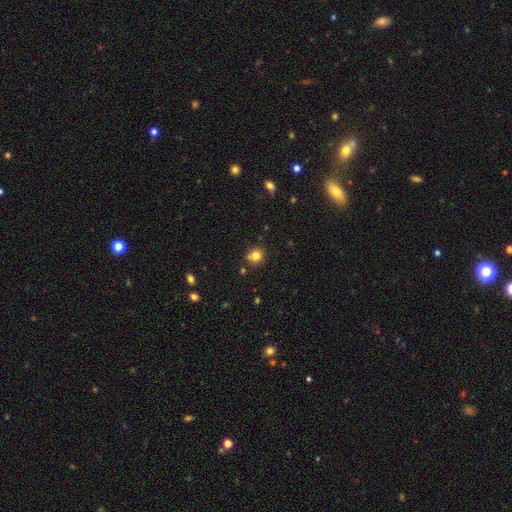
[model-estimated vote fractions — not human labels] Smooth or featured? Predicted: smooth (p=0.79). How rounded? Predicted: round (p=0.86). Merging? Predicted: none (p=0.71).